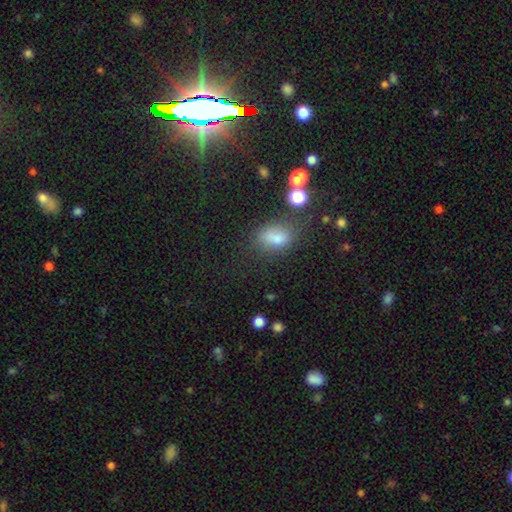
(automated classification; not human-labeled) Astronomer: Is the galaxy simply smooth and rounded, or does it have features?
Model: star or artifact — 55% (runner-up: smooth, 35%).